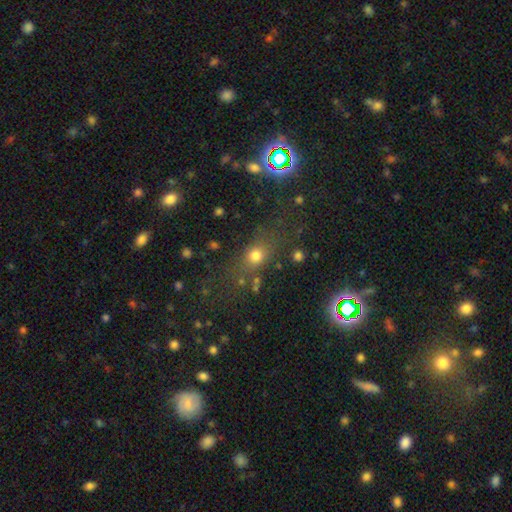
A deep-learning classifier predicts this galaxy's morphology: smooth_or_featured: smooth (p=0.70) [alt: star or artifact p=0.18]
how_rounded: round (p=0.46) [alt: in between p=0.43]
merging: none (p=0.66) [alt: minor disturbance p=0.15]